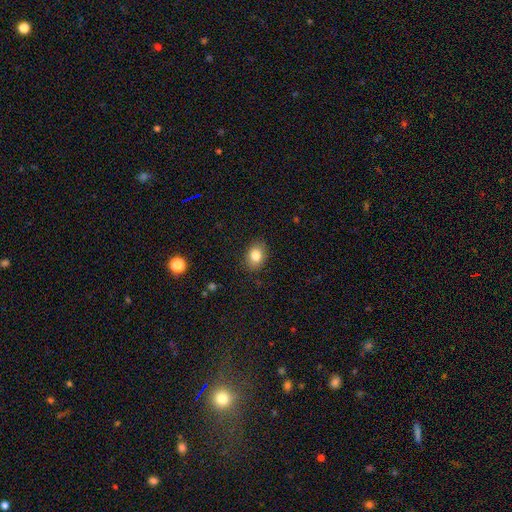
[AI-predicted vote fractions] smooth_or_featured: smooth (p=0.82) [alt: star or artifact p=0.09]
how_rounded: in between (p=0.70) [alt: round p=0.29]
merging: none (p=0.87) [alt: minor disturbance p=0.10]